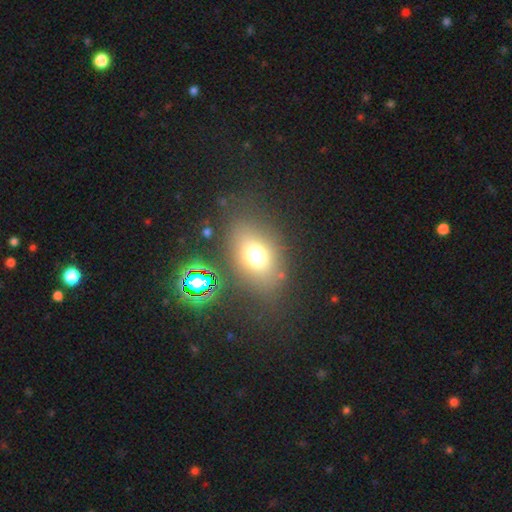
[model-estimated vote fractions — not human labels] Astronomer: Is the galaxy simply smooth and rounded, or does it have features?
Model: smooth — 68%.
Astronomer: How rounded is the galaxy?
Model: in between — 72%.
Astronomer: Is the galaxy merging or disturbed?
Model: none — 77%.